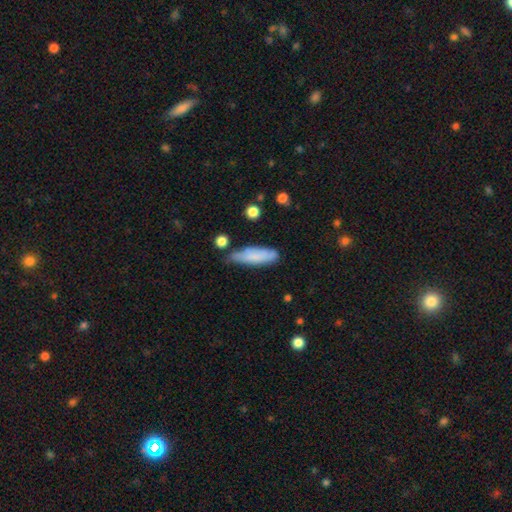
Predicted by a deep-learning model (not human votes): Q: Smooth or featured?
A: smooth (75%); runner-up: featured or disk (18%)
Q: How rounded?
A: cigar-shaped (57%); runner-up: in between (41%)
Q: Merging?
A: none (58%); runner-up: minor disturbance (30%)